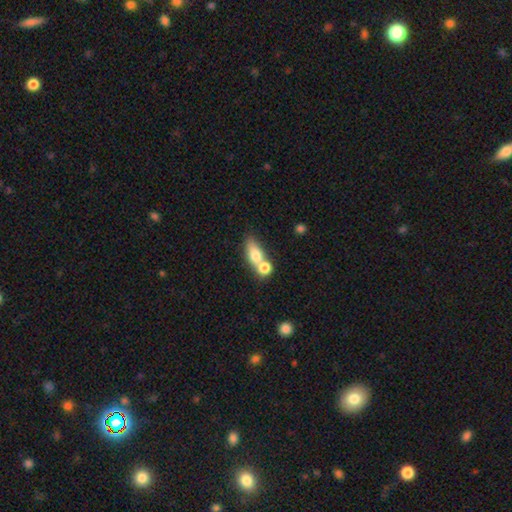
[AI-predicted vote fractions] smooth 72%, featured or disk 19%, star or artifact 8%. Down the decision tree: how rounded — in between (65%); merging — merger (63%).